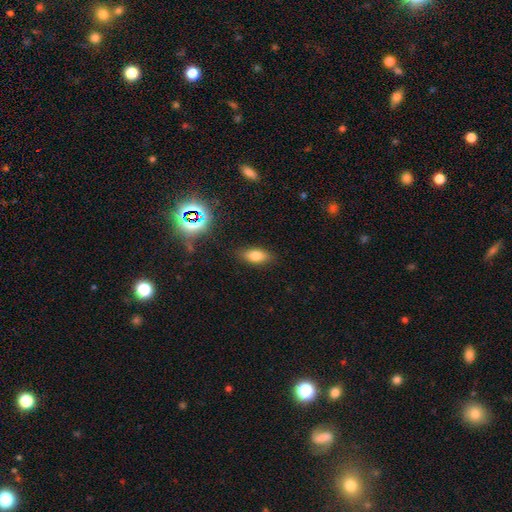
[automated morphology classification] The model was most divided on "smooth or featured": smooth: 77%, star or artifact: 12%, featured or disk: 11%. More confident: how rounded — in between (84%); merging — none (84%).